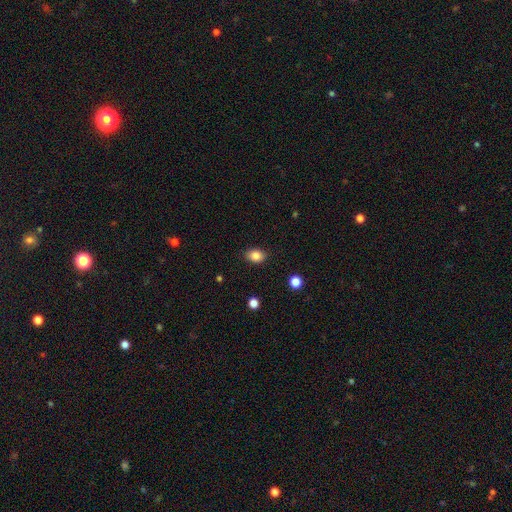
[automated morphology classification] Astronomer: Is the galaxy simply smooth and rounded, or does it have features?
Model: smooth — 85%.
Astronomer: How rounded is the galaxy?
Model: in between — 70%.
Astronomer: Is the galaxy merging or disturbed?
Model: none — 87%.